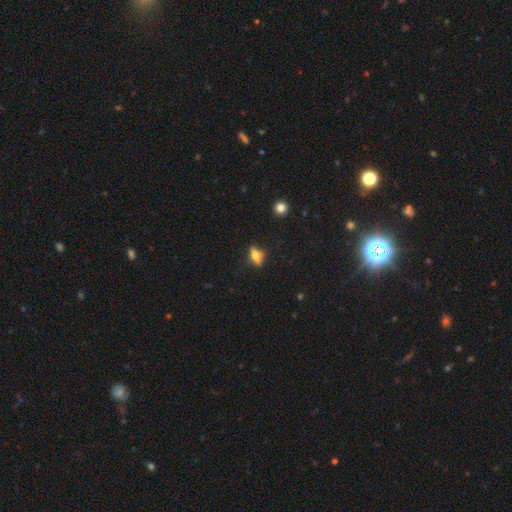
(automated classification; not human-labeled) Morphology: type=featured or disk (46%); merging=none (77%).